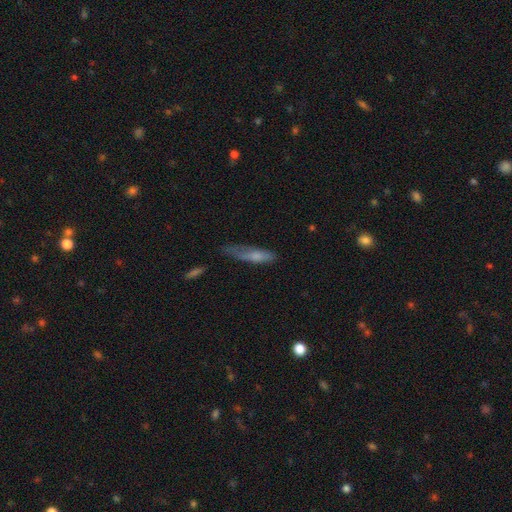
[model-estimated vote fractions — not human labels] A smooth galaxy with no disk features (70%) that is cigar-shaped (72%).

Vote fractions:
- Smooth or featured? smooth: 70% / featured or disk: 22% / star or artifact: 8%
- How rounded? cigar-shaped: 72% / in between: 26% / round: 2%
- Merging? none: 39% / minor disturbance: 36% / major disturbance: 21% / merger: 3%